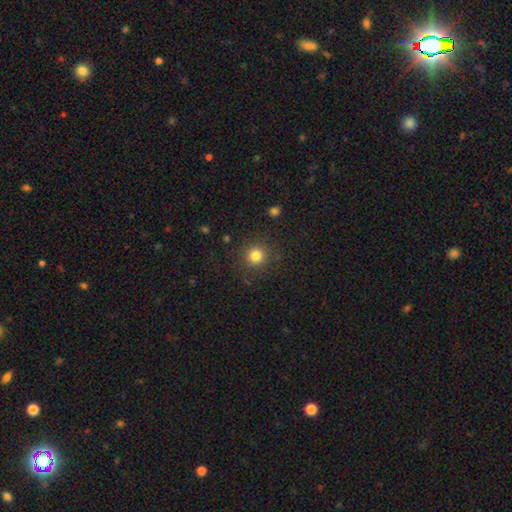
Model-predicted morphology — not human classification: A smooth galaxy with no disk features (82%) that is round (93%). Merging: none (88%).